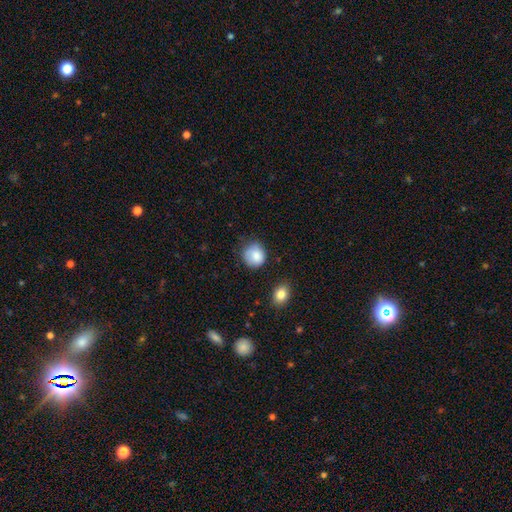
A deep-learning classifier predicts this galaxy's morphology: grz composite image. It shows a smooth galaxy with no disk features (85%) that is round (82%). Merging: none (67%).